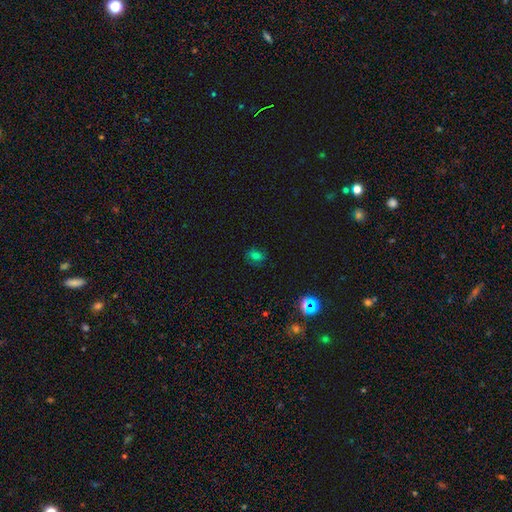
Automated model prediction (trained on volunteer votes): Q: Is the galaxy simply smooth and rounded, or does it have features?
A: smooth — 63%.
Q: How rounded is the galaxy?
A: in between — 62%.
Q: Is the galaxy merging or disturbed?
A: none — 78%.